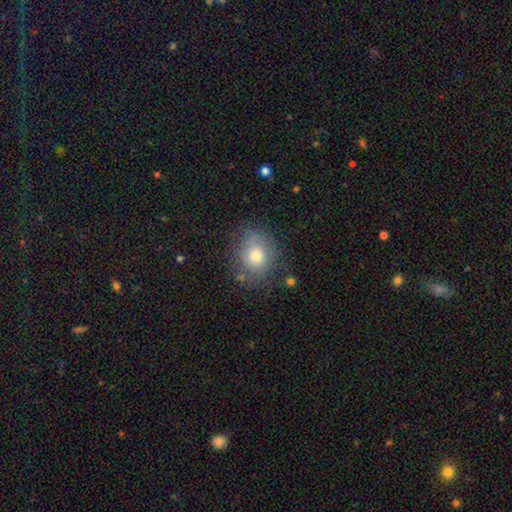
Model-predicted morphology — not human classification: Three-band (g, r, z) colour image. It shows a smooth galaxy with no disk features (75%) that is round (65%). Merging: none (73%).